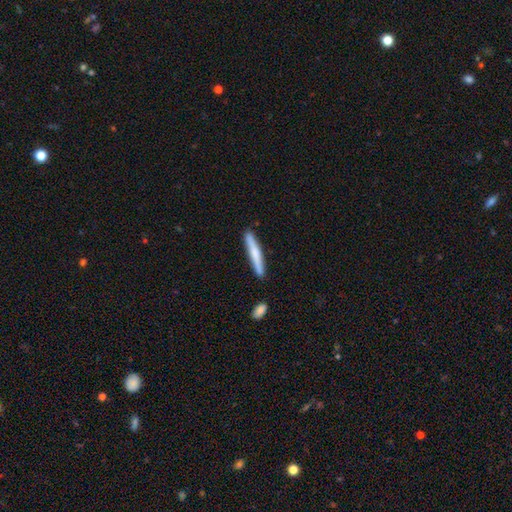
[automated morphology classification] The model was most divided on "smooth or featured": smooth: 61%, featured or disk: 34%, star or artifact: 5%. More confident: how rounded — cigar-shaped (95%); merging — none (86%).